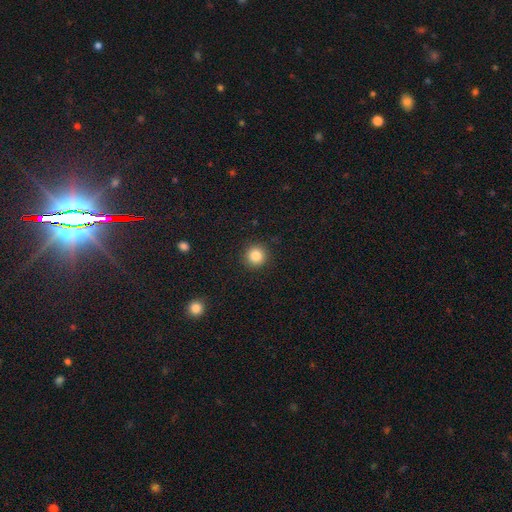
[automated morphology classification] Smooth or featured: smooth — 85% (star or artifact — 10%)
How rounded: round — 94% (in between — 5%)
Merging: none — 92% (minor disturbance — 5%)